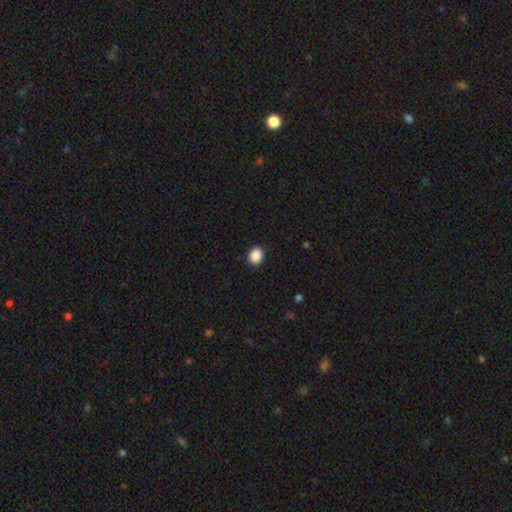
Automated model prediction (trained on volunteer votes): Smooth or featured? smooth (89%)
How rounded? round (60%)
Merging? none (90%)